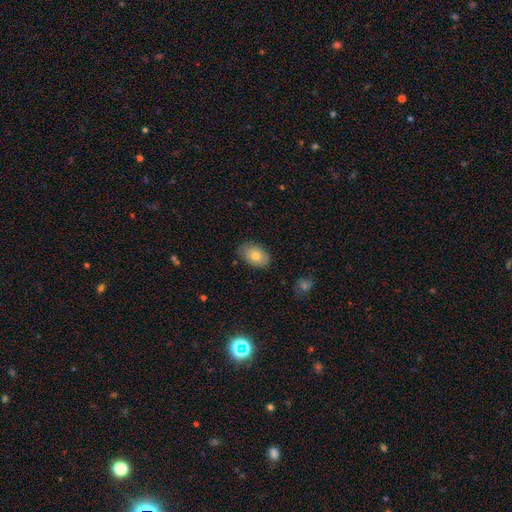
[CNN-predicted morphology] This appears to be a smooth galaxy with no disk features (75%) that is in between round and cigar-shaped (88%). Merging: none (79%).